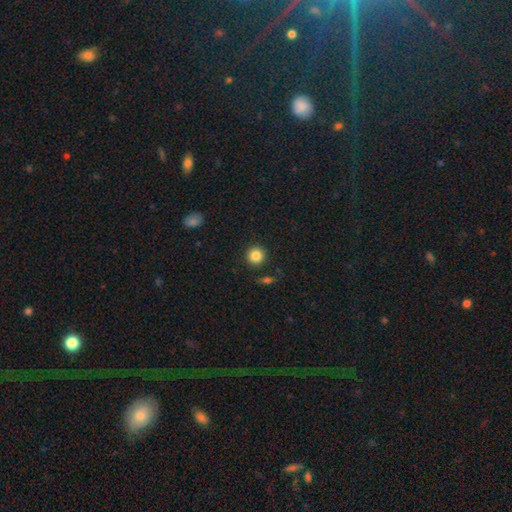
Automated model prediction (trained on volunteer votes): smooth-or-featured: smooth: 85% | star or artifact: 10% | featured or disk: 5%
  how-rounded: round: 94% | in between: 5% | cigar-shaped: 1%
  merging: none: 89% | minor disturbance: 6% | merger: 2% | major disturbance: 2%